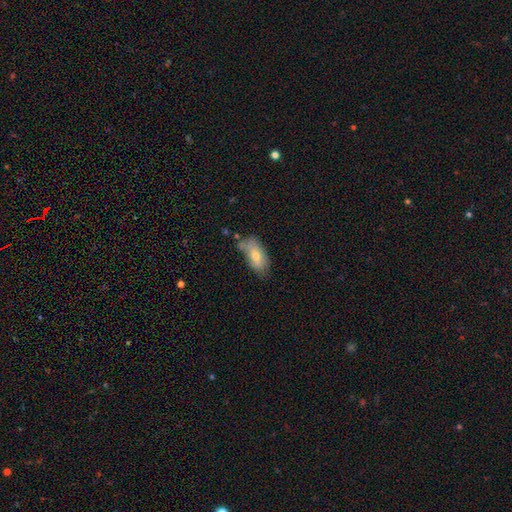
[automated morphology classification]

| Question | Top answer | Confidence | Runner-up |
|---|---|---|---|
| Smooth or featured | smooth | 68% | featured or disk (25%) |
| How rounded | in between | 90% | cigar-shaped (6%) |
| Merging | none | 50% | minor disturbance (33%) |